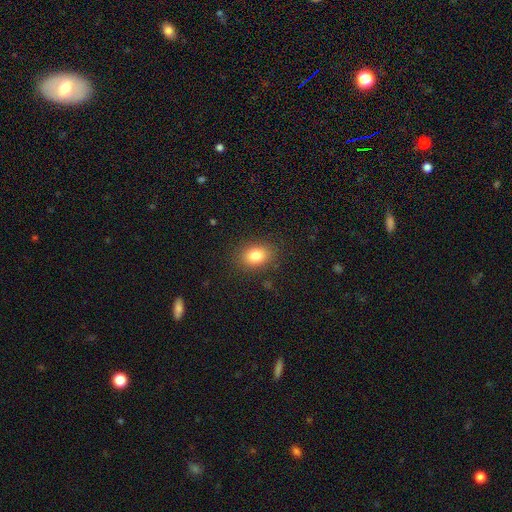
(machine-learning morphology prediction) Smooth or featured?
  - smooth: 82% *
  - star or artifact: 10%
  - featured or disk: 8%
How rounded?
  - in between: 69% *
  - round: 30%
  - cigar-shaped: 1%
Merging?
  - none: 86% *
  - minor disturbance: 10%
  - major disturbance: 3%
  - merger: 1%